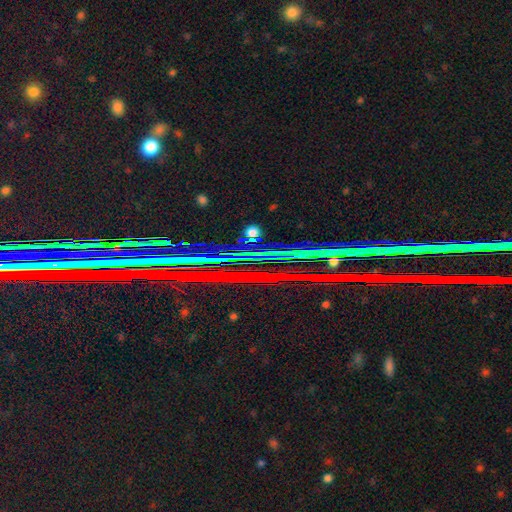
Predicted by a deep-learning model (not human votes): smooth_or_featured: star or artifact (p=0.86) [alt: featured or disk p=0.07]